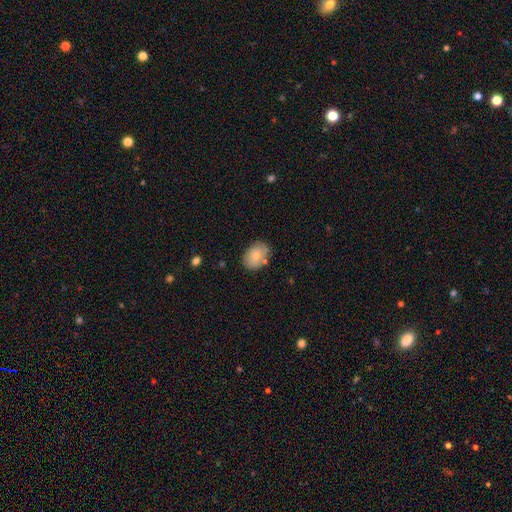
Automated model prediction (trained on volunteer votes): Morphology: type=smooth (75%); roundness=in between (74%); merging=none (74%).